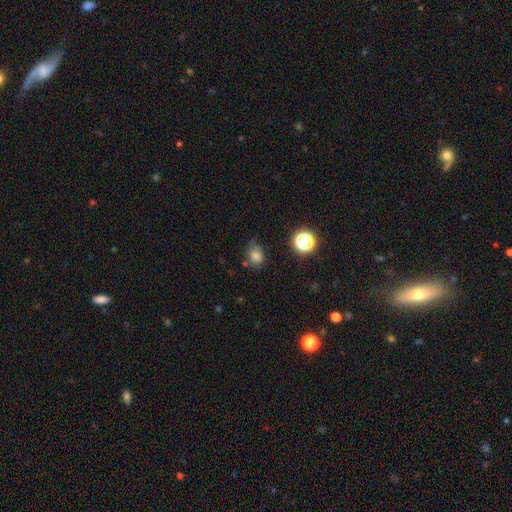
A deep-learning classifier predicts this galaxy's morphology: Smooth or featured? Predicted: smooth (p=0.76). How rounded? Predicted: in between (p=0.51). Merging? Predicted: none (p=0.57).